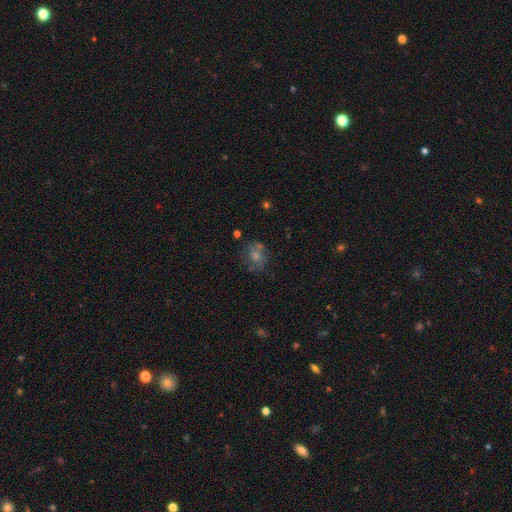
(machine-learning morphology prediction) smooth-or-featured: smooth: 46% | featured or disk: 27% | star or artifact: 27%
  merging: none: 70% | minor disturbance: 15% | merger: 8% | major disturbance: 7%